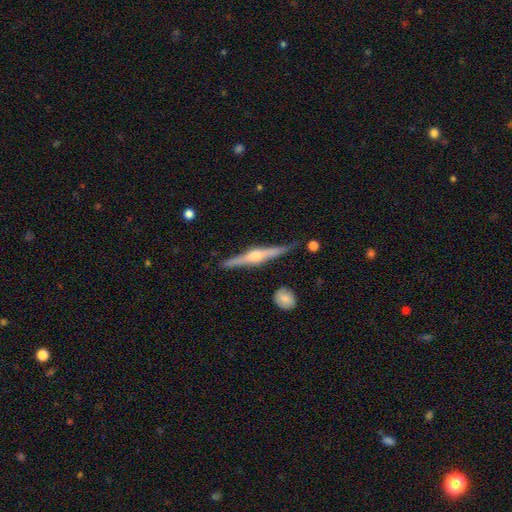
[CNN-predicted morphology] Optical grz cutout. It shows a featured or disk galaxy (81%) viewed edge-on (98%) with a rounded central bulge (88%). Merging: none (85%).